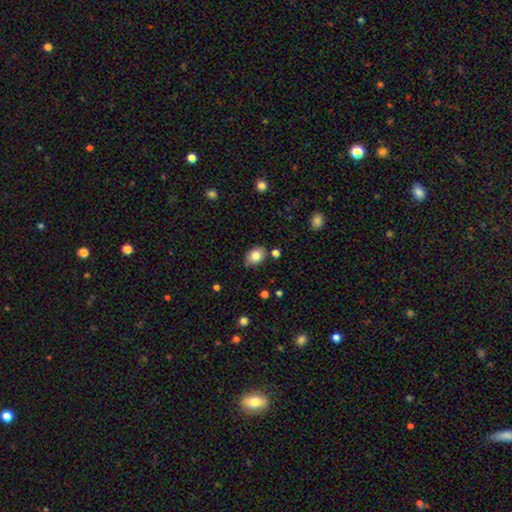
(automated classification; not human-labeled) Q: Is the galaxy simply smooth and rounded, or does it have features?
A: smooth — 83%.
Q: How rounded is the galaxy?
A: in between — 73%.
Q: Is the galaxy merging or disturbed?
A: none — 73%.